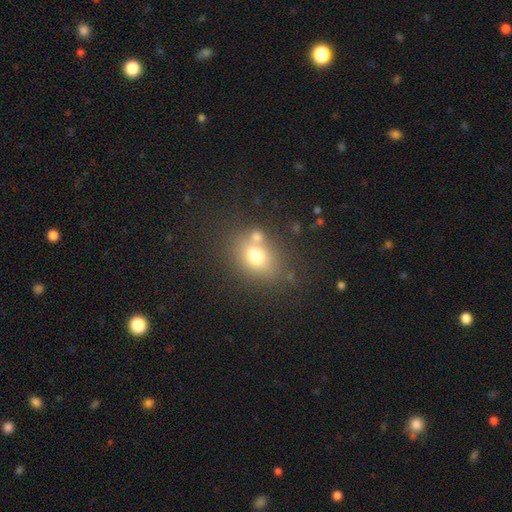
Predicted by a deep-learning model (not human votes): smooth_or_featured: smooth (p=0.72) [alt: featured or disk p=0.15]
how_rounded: in between (p=0.61) [alt: round p=0.37]
merging: none (p=0.58) [alt: merger p=0.23]